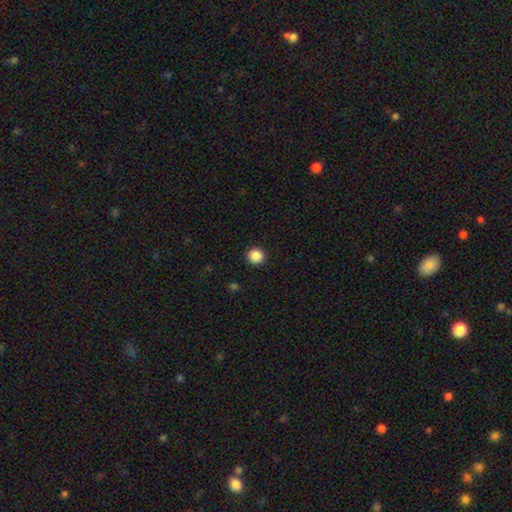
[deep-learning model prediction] Smooth or featured?
  - smooth: 87% *
  - star or artifact: 10%
  - featured or disk: 3%
How rounded?
  - round: 95% *
  - in between: 4%
  - cigar-shaped: 1%
Merging?
  - none: 93% *
  - minor disturbance: 5%
  - major disturbance: 2%
  - merger: 1%